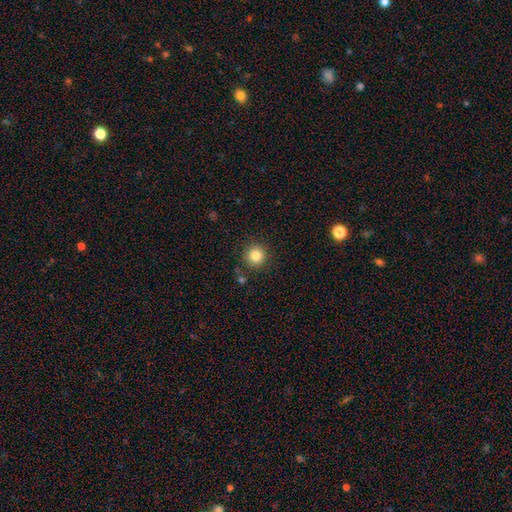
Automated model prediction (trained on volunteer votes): A smooth galaxy with no disk features (83%) that is round (94%).

Vote fractions:
- Smooth or featured? smooth: 83% / star or artifact: 11% / featured or disk: 6%
- How rounded? round: 94% / in between: 5% / cigar-shaped: 1%
- Merging? none: 88% / minor disturbance: 7% / merger: 3% / major disturbance: 2%